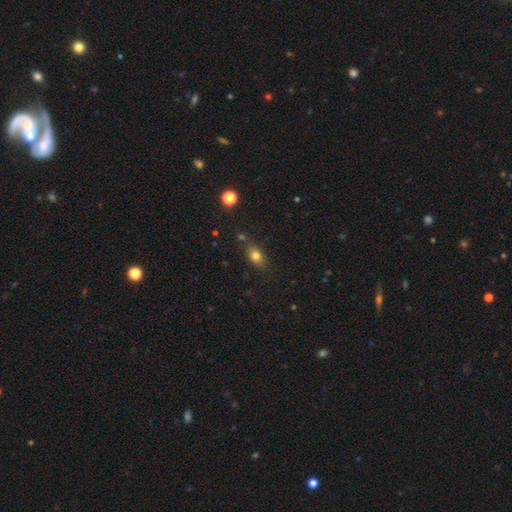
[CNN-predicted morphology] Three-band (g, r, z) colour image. It shows a smooth galaxy with no disk features (79%) that is in between round and cigar-shaped (76%). Merging: none (77%).